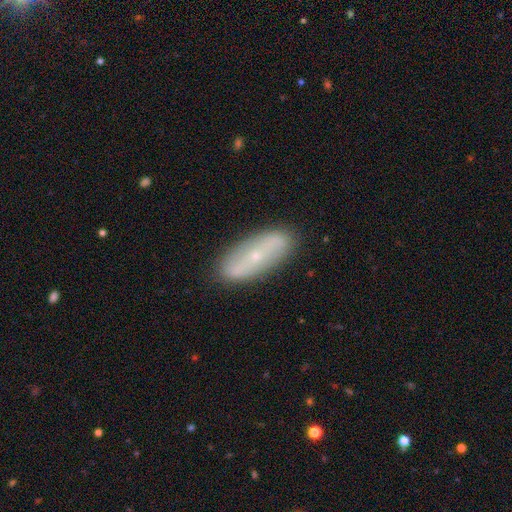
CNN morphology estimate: A featured or disk galaxy (58%).

Vote fractions:
- Smooth or featured? featured or disk: 58% / smooth: 35% / star or artifact: 7%
- Edge-on disk? no: 77% / yes: 23%
- Merging? none: 86% / minor disturbance: 10% / major disturbance: 2% / merger: 1%